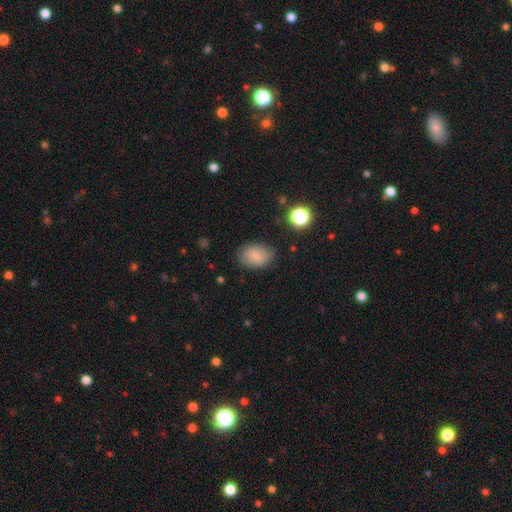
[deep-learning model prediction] Morphology: type=smooth (82%); roundness=in between (78%); merging=none (80%).